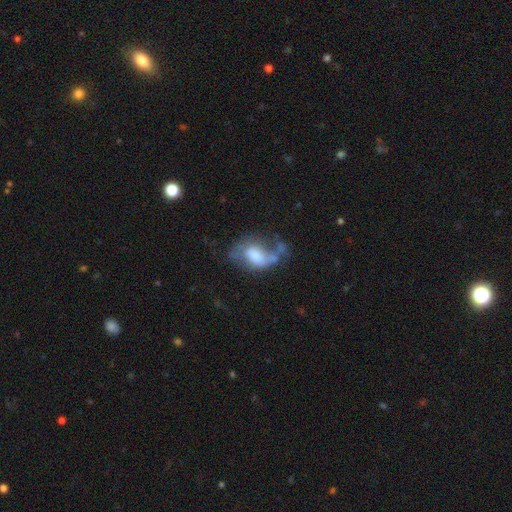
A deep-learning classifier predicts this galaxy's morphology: smooth-or-featured: featured or disk: 46% (tied) | smooth: 46% (tied) | star or artifact: 8%
  merging: major disturbance: 38% | none: 24% | minor disturbance: 22% | merger: 17%